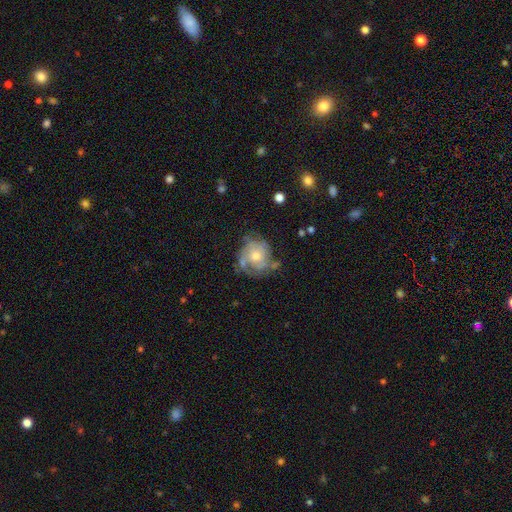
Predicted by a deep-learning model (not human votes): Q: Smooth or featured?
A: featured or disk (73%); runner-up: smooth (20%)
Q: Edge-on disk?
A: no (98%); runner-up: yes (2%)
Q: Bar?
A: no (80%); runner-up: weak (17%)
Q: Spiral arms?
A: yes (83%); runner-up: no (17%)
Q: Spiral winding?
A: tight (56%); runner-up: medium (33%)
Q: Spiral arm count?
A: can't tell (39%); runner-up: 2 (24%)
Q: Bulge size?
A: moderate (62%); runner-up: small (27%)
Q: Merging?
A: none (57%); runner-up: minor disturbance (24%)